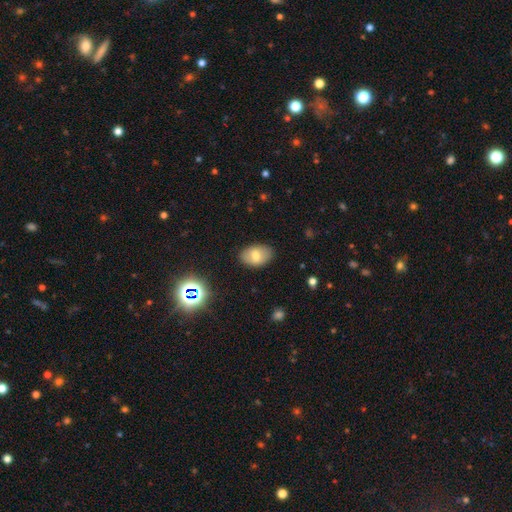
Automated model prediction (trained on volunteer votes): A smooth galaxy with no disk features (68%) that is in between round and cigar-shaped (87%). Merging: none (84%).